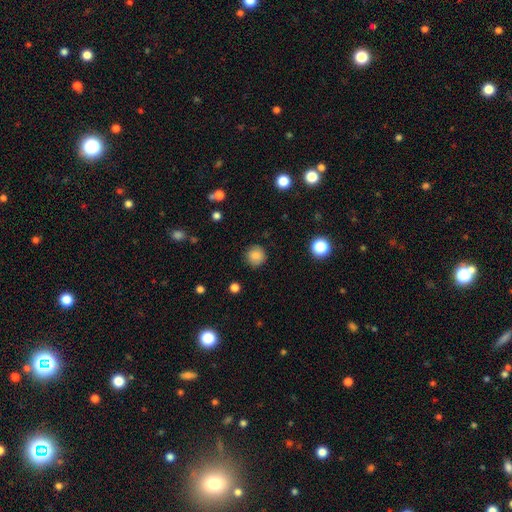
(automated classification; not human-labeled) Smooth or featured?
  - smooth: 84% *
  - star or artifact: 10%
  - featured or disk: 6%
How rounded?
  - round: 94% *
  - in between: 5%
  - cigar-shaped: 1%
Merging?
  - none: 89% *
  - minor disturbance: 8%
  - major disturbance: 2%
  - merger: 1%